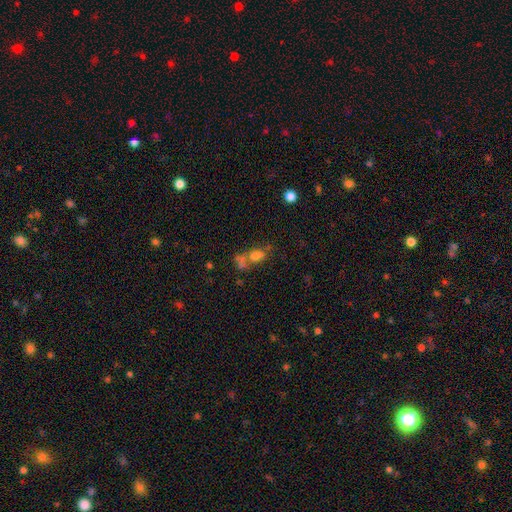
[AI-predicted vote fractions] Morphology: type=smooth (63%); roundness=in between (68%); merging=merger (46%).